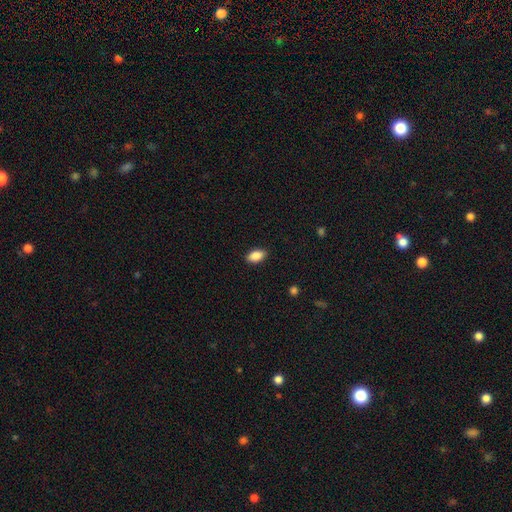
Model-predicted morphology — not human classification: This is clearly a smooth galaxy (87%). How rounded: clearly in between (92%). Merging: clearly none (88%).